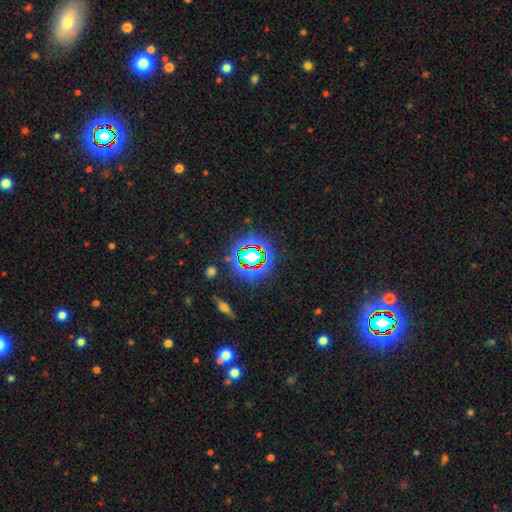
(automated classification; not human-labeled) Smooth or featured?
  - star or artifact: 72% *
  - smooth: 17%
  - featured or disk: 12%